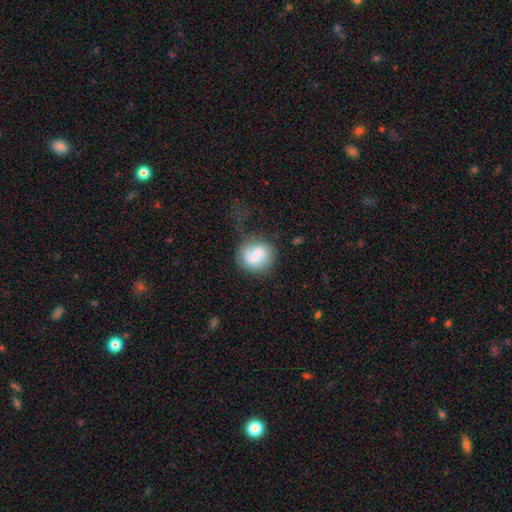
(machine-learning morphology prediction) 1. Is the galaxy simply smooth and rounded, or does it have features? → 48% smooth, 44% featured or disk, 8% star or artifact.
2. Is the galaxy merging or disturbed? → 54% none, 24% minor disturbance, 19% major disturbance, 4% merger.